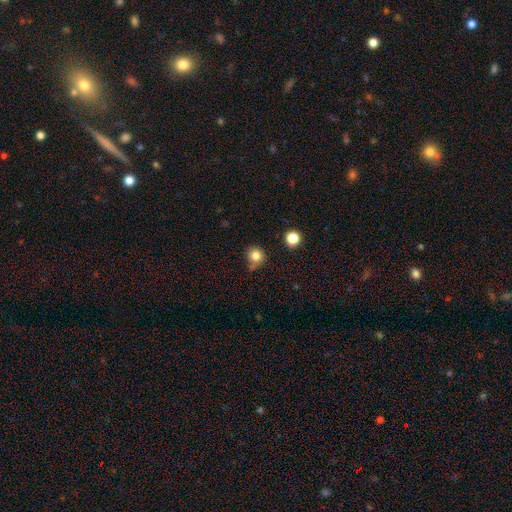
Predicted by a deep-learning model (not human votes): Smooth or featured: smooth — 82% (star or artifact — 12%)
How rounded: round — 92% (in between — 7%)
Merging: none — 72% (minor disturbance — 16%)